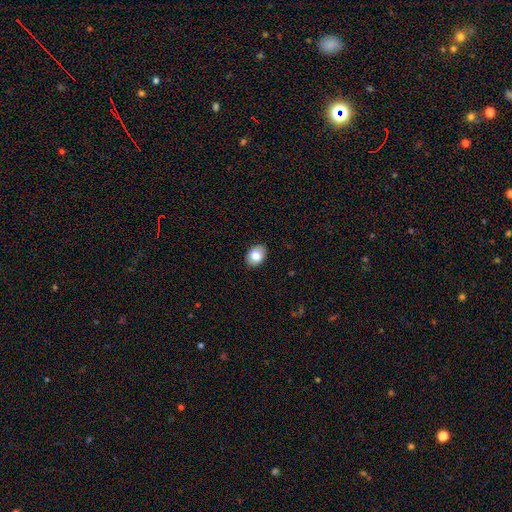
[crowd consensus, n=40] Morphology: type=smooth (75%); roundness=in between (77%); merging=none (92%).